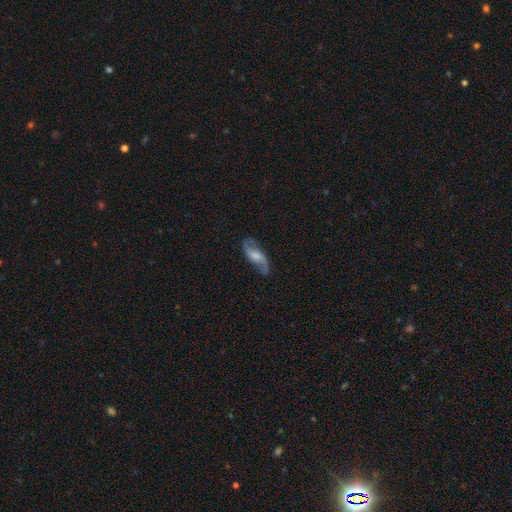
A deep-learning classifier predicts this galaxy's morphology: smooth_or_featured: featured or disk (p=0.70) [alt: smooth p=0.24]
disk_edge_on: no (p=0.90) [alt: yes p=0.10]
bar: weak (p=0.45) [alt: no p=0.41]
has_spiral_arms: yes (p=0.92) [alt: no p=0.08]
spiral_winding: loose (p=0.60) [alt: medium p=0.31]
spiral_arm_count: 2 (p=0.90) [alt: can't tell p=0.05]
bulge_size: moderate (p=0.42) [alt: small p=0.27]
merging: none (p=0.75) [alt: minor disturbance p=0.17]